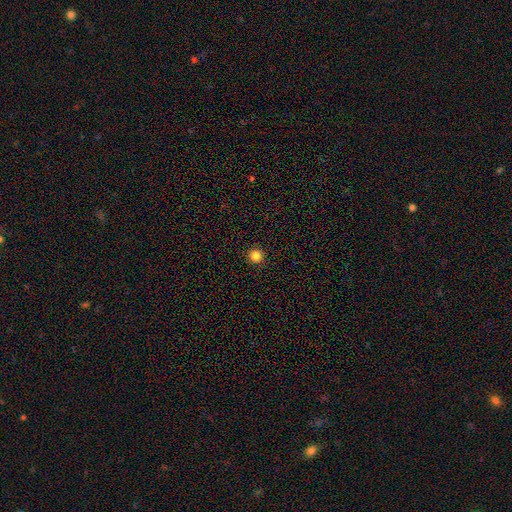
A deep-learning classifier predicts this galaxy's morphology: Smooth or featured? Predicted: smooth (p=0.84). How rounded? Predicted: round (p=0.96). Merging? Predicted: none (p=0.93).